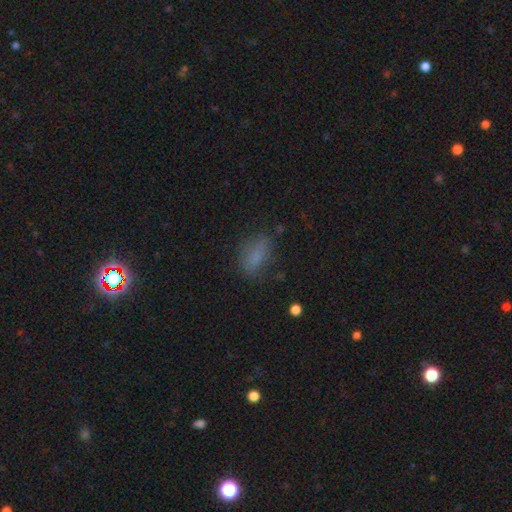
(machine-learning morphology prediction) Smooth or featured: smooth — 76% (star or artifact — 13%)
How rounded: in between — 82% (cigar-shaped — 10%)
Merging: none — 69% (minor disturbance — 20%)